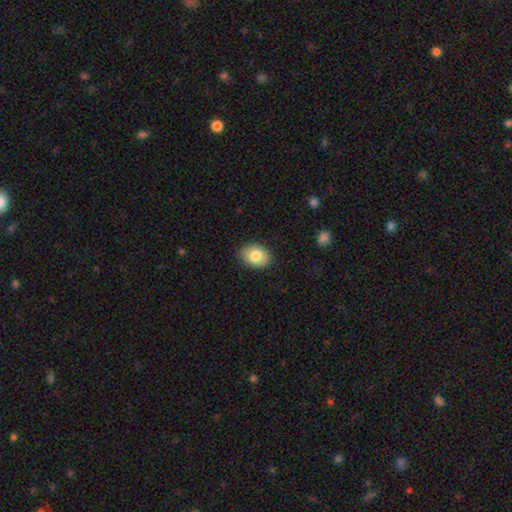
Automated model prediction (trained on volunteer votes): Smooth or featured: smooth — 82% (featured or disk — 11%)
How rounded: in between — 74% (round — 25%)
Merging: none — 88% (minor disturbance — 9%)